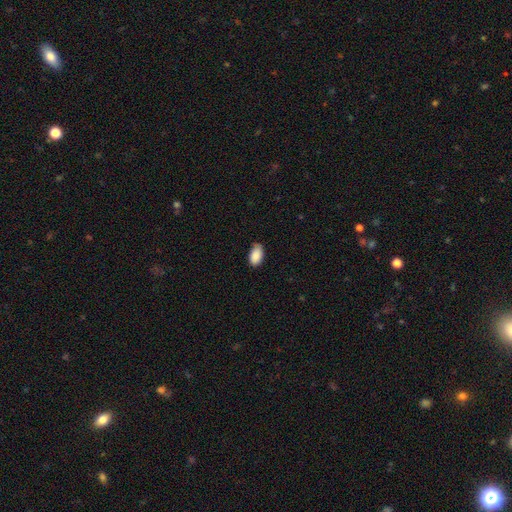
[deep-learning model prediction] smooth 88%, star or artifact 7%, featured or disk 5%. Down the decision tree: how rounded — in between (94%); merging — none (70%).